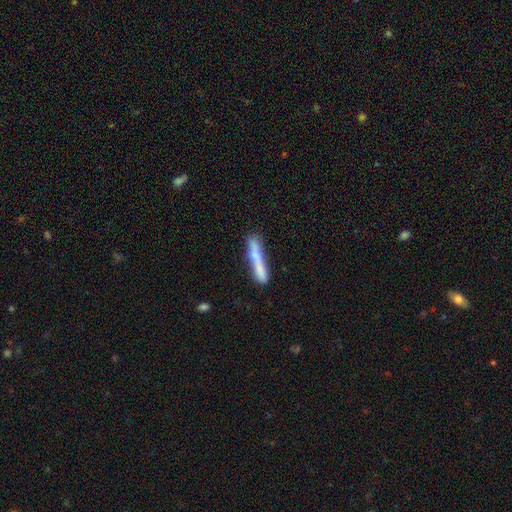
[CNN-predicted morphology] Smooth or featured? Predicted: smooth (p=0.55). How rounded? Predicted: cigar-shaped (p=0.91). Merging? Predicted: none (p=0.55).